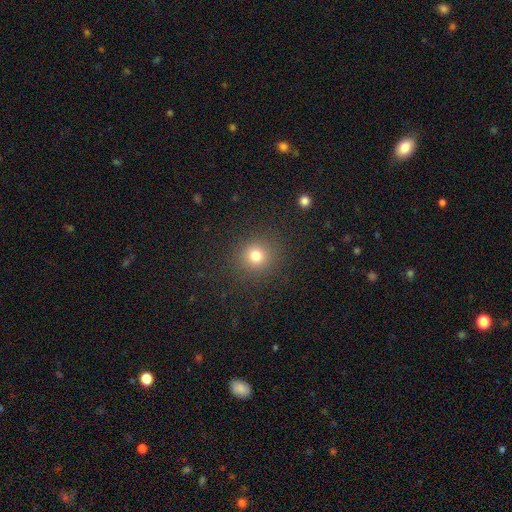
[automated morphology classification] A smooth galaxy with no disk features (77%) that is round (89%). Merging: none (89%).